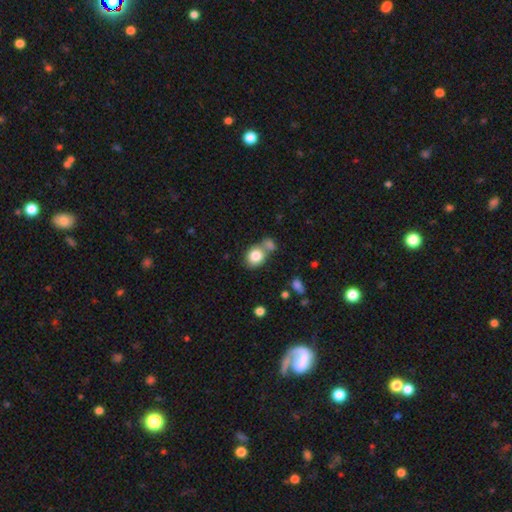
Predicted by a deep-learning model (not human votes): smooth 82%, featured or disk 9%, star or artifact 9%. Down the decision tree: how rounded — round (60%); merging — none (49%).